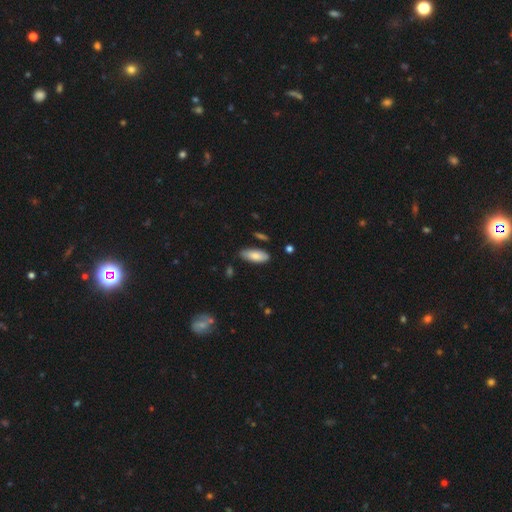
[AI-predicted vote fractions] A smooth galaxy with no disk features (81%) that is in between round and cigar-shaped (80%).

Vote fractions:
- Smooth or featured? smooth: 81% / featured or disk: 13% / star or artifact: 6%
- How rounded? in between: 80% / cigar-shaped: 18% / round: 2%
- Merging? none: 79% / minor disturbance: 16% / major disturbance: 2% / merger: 2%